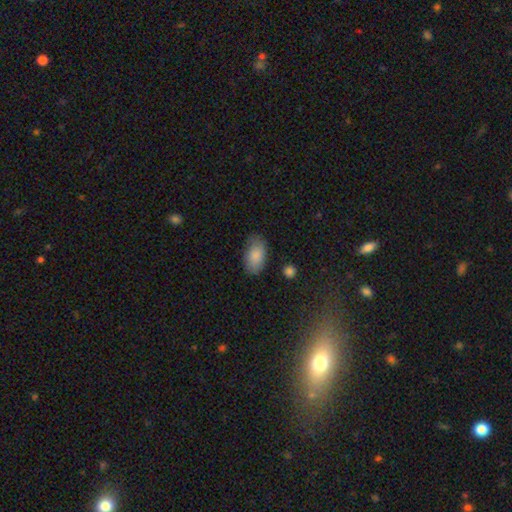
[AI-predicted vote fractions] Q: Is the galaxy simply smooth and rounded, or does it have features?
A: smooth — 86%.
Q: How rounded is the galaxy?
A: in between — 94%.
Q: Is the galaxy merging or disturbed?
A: none — 74%.